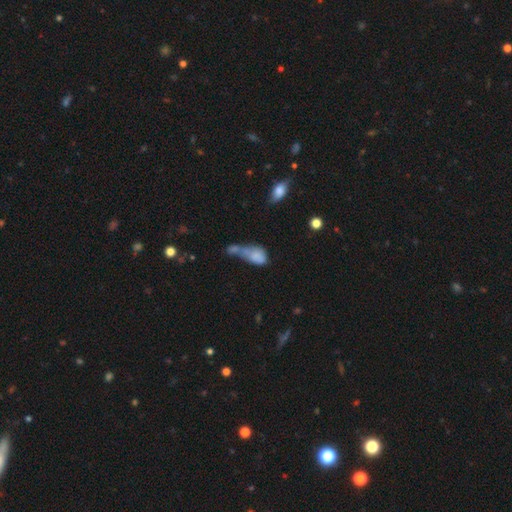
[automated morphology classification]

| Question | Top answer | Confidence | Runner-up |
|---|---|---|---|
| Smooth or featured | smooth | 72% | featured or disk (19%) |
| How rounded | in between | 79% | round (16%) |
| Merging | merger | 57% | major disturbance (18%) |